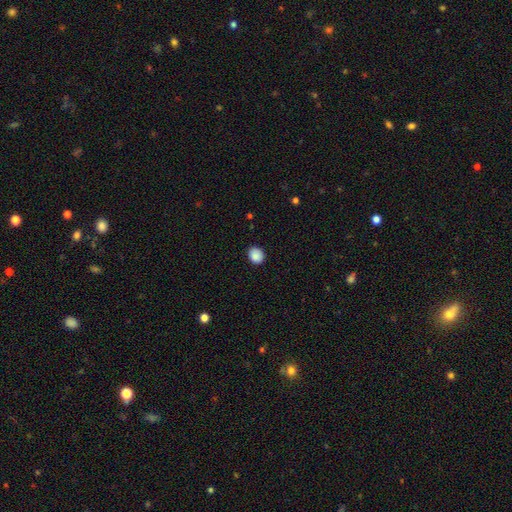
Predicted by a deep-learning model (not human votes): smooth_or_featured: smooth (p=0.88) [alt: star or artifact p=0.08]
how_rounded: round (p=0.65) [alt: in between p=0.35]
merging: none (p=0.86) [alt: minor disturbance p=0.11]